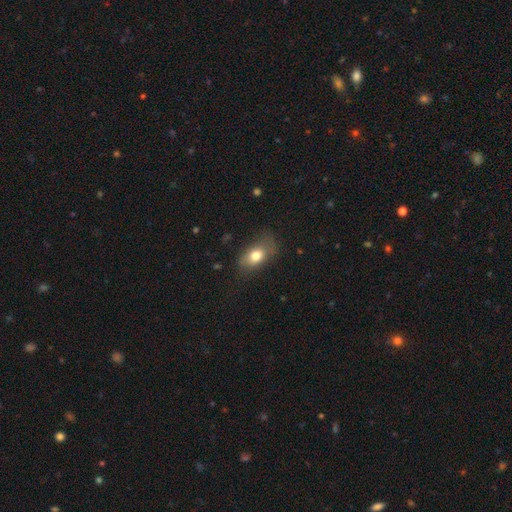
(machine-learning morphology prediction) The model was most divided on "merging": none: 62%, minor disturbance: 25%, major disturbance: 11%, merger: 2%. More confident: how rounded — in between (83%); smooth or featured — smooth (75%).